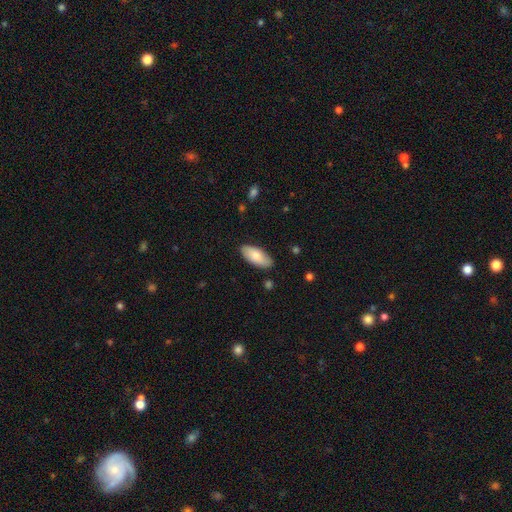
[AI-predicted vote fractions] This appears to be a smooth galaxy with no disk features (79%) that is in between round and cigar-shaped (87%). Merging: none (86%).